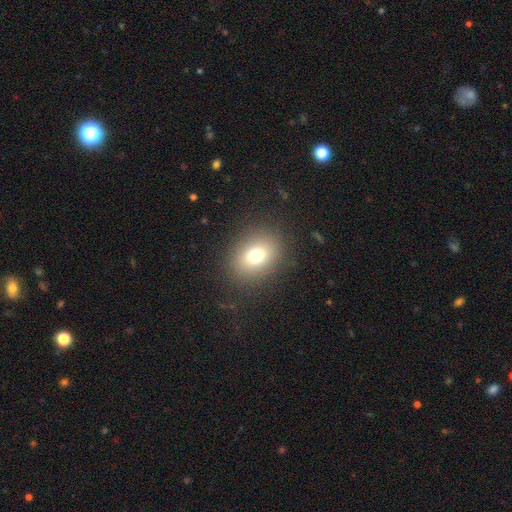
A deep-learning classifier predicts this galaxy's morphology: Smooth or featured?
  - smooth: 74% *
  - star or artifact: 14%
  - featured or disk: 12%
How rounded?
  - round: 50% *
  - in between: 49%
  - cigar-shaped: 1%
Merging?
  - none: 85% *
  - minor disturbance: 9%
  - major disturbance: 5%
  - merger: 1%